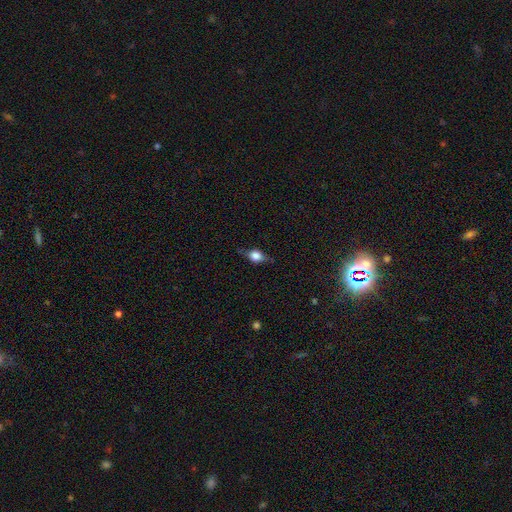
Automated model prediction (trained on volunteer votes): Q: Smooth or featured?
A: smooth (59%); runner-up: featured or disk (31%)
Q: How rounded?
A: in between (59%); runner-up: round (34%)
Q: Merging?
A: none (72%); runner-up: minor disturbance (21%)